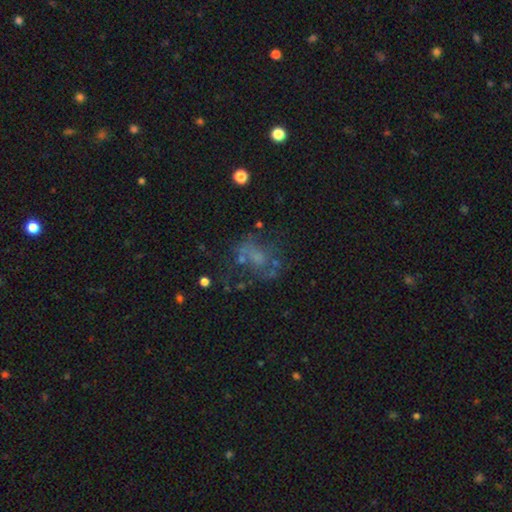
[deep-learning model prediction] smooth_or_featured: featured or disk (p=0.44) [alt: smooth p=0.35]
merging: none (p=0.43) [alt: major disturbance p=0.28]